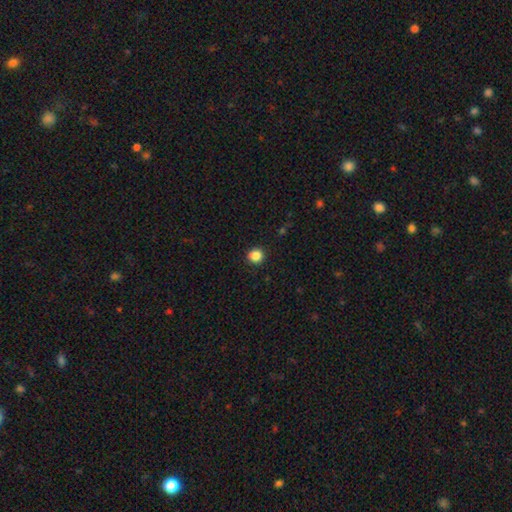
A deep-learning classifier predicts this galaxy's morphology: The model was most divided on "smooth or featured": smooth: 85%, star or artifact: 11%, featured or disk: 3%. More confident: how rounded — round (92%); merging — none (91%).